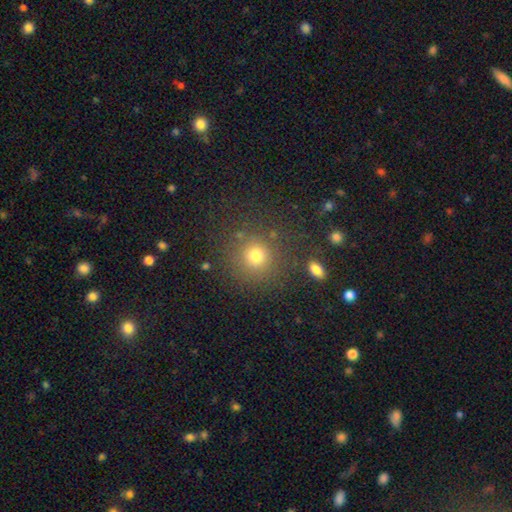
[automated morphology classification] Smooth or featured?
  - smooth: 76% *
  - star or artifact: 16%
  - featured or disk: 8%
How rounded?
  - round: 91% *
  - in between: 8%
  - cigar-shaped: 1%
Merging?
  - none: 81% *
  - minor disturbance: 9%
  - major disturbance: 5%
  - merger: 5%